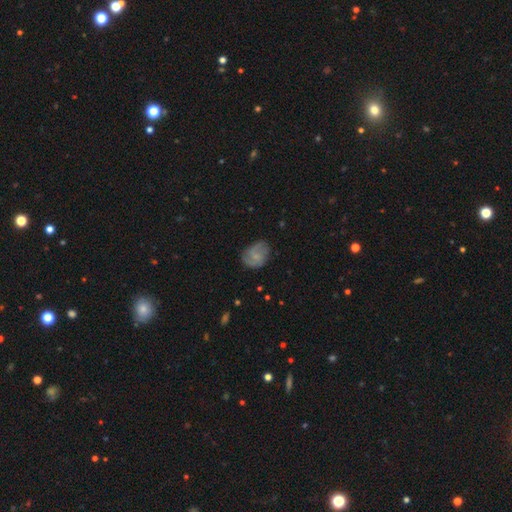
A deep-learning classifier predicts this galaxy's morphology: Smooth or featured: featured or disk — 53% (smooth — 40%)
Edge-on disk: no — 97% (yes — 3%)
Bar: no — 58% (weak — 37%)
Spiral arms: yes — 86% (no — 14%)
Bulge size: small — 54% (none — 25%)
Merging: none — 67% (minor disturbance — 24%)